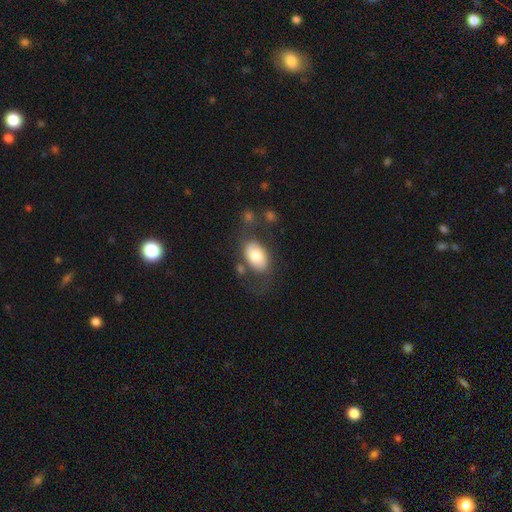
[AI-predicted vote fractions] Morphology: type=smooth (76%); roundness=in between (90%); merging=none (63%).